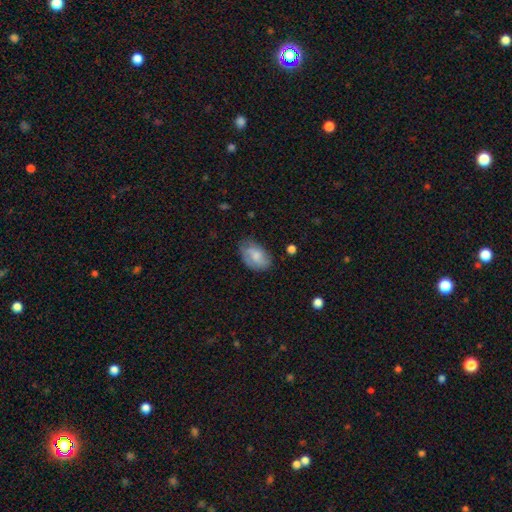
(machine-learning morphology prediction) Smooth or featured? Predicted: smooth (p=0.69). How rounded? Predicted: in between (p=0.88). Merging? Predicted: none (p=0.65).